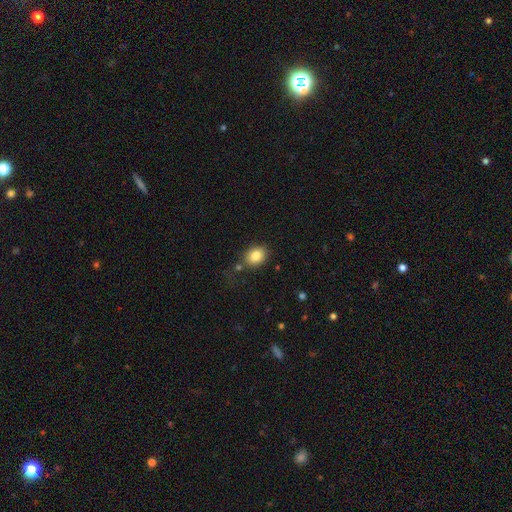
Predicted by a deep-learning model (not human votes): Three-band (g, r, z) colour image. It shows a smooth galaxy with no disk features (85%) that is in between round and cigar-shaped (59%). Merging: none (74%).